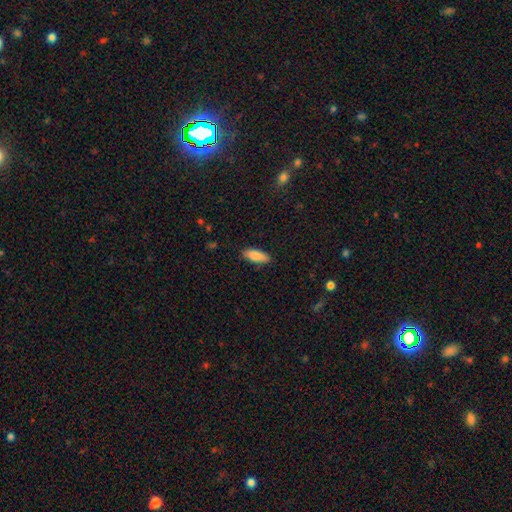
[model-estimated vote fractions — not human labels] Smooth or featured?
  - smooth: 86% *
  - featured or disk: 8%
  - star or artifact: 6%
How rounded?
  - in between: 71% *
  - cigar-shaped: 27%
  - round: 2%
Merging?
  - none: 87% *
  - minor disturbance: 10%
  - major disturbance: 2%
  - merger: 1%